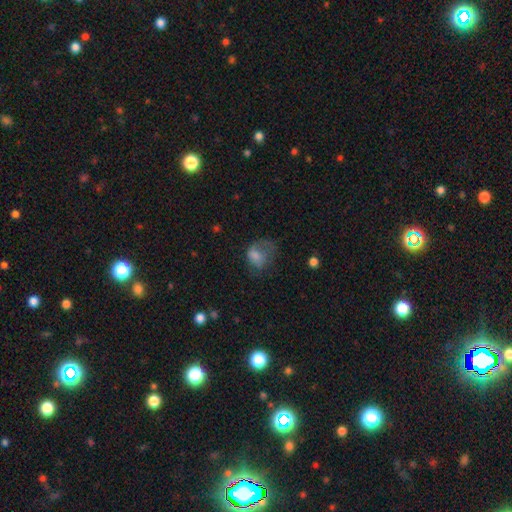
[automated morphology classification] Smooth or featured? smooth (62%)
How rounded? in between (56%)
Merging? major disturbance (42%)